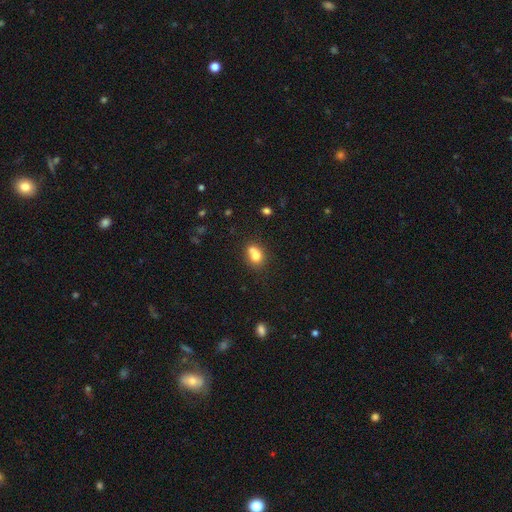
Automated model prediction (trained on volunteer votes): A smooth galaxy with no disk features (72%) that is round (53%).

Vote fractions:
- Smooth or featured? smooth: 72% / featured or disk: 17% / star or artifact: 11%
- How rounded? round: 53% / in between: 46% / cigar-shaped: 1%
- Merging? merger: 47% / none: 35% / minor disturbance: 13% / major disturbance: 6%